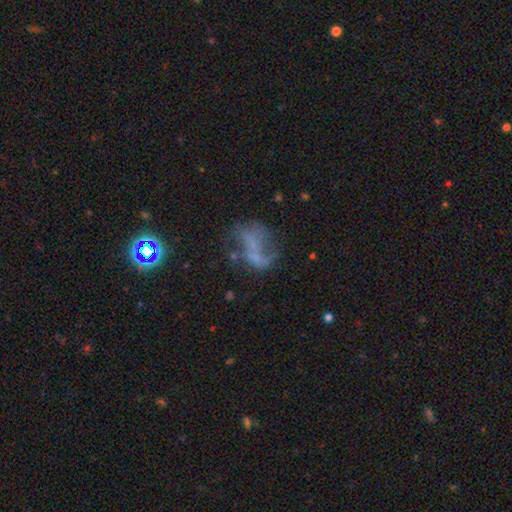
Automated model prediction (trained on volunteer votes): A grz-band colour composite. It shows a featured or disk galaxy (48%). Merging: none (48%).